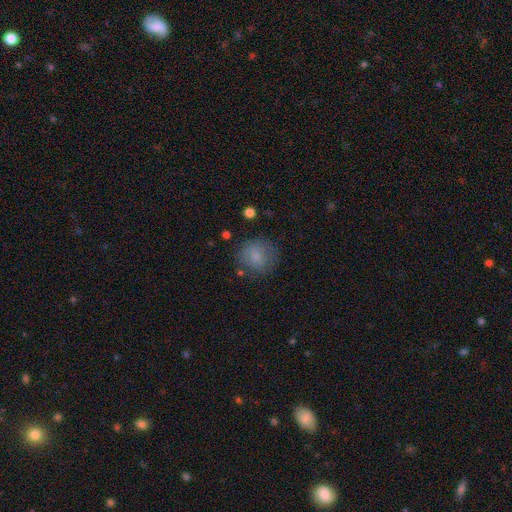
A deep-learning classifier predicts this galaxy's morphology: smooth_or_featured: smooth (p=0.80) [alt: featured or disk p=0.11]
how_rounded: round (p=0.89) [alt: in between p=0.10]
merging: none (p=0.76) [alt: minor disturbance p=0.16]